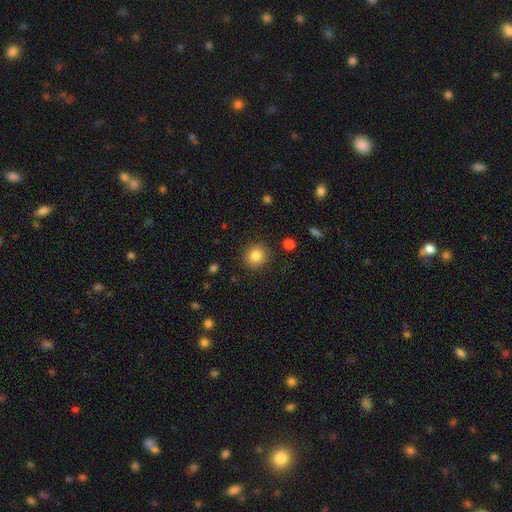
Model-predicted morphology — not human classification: Smooth or featured? smooth (83%)
How rounded? round (90%)
Merging? none (89%)